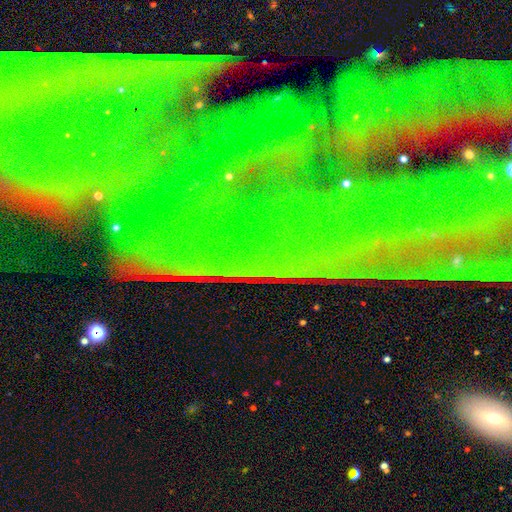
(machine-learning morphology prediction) star or artifact 76%, featured or disk 15%, smooth 9%.